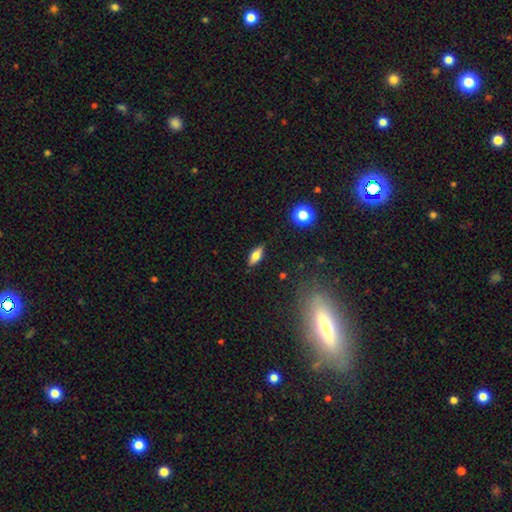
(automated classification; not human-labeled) This appears to be a smooth galaxy with no disk features (61%) that is in between round and cigar-shaped (70%). Merging: none (86%).